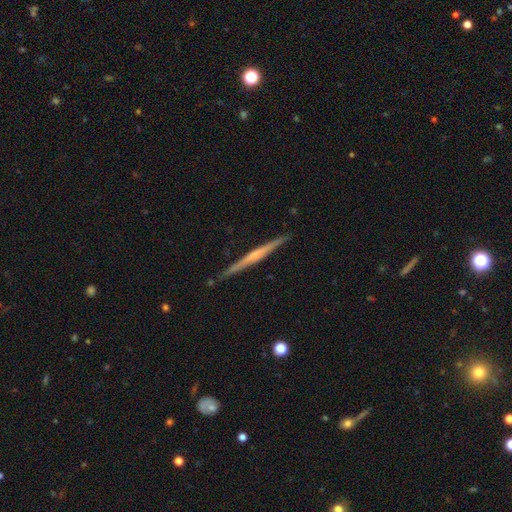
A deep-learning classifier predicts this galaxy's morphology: The model was most divided on "edge-on bulge": none: 52%, rounded: 36%, boxy: 12%. More confident: edge-on disk — yes (98%); merging — none (91%); smooth or featured — featured or disk (72%).